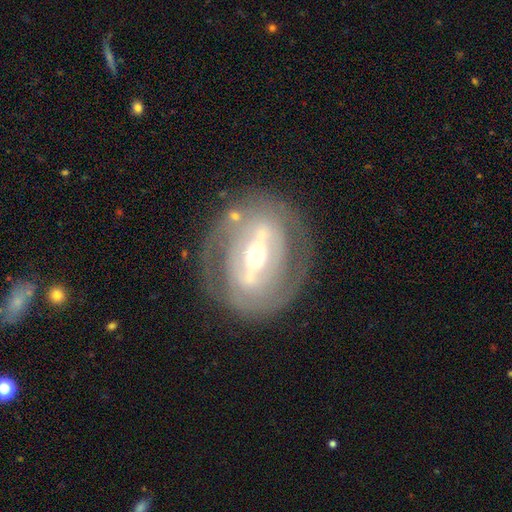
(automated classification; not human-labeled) Smooth or featured?
  - featured or disk: 80% *
  - smooth: 14%
  - star or artifact: 6%
Edge-on disk?
  - no: 90% *
  - yes: 10%
Bar?
  - strong: 65% *
  - weak: 22%
  - no: 13%
Spiral arms?
  - yes: 55% *
  - no: 45%
Bulge size?
  - moderate: 56% *
  - small: 36%
  - large: 6%
  - dominant: 1%
  - none: 1%
Merging?
  - none: 76% *
  - minor disturbance: 13%
  - major disturbance: 8%
  - merger: 3%